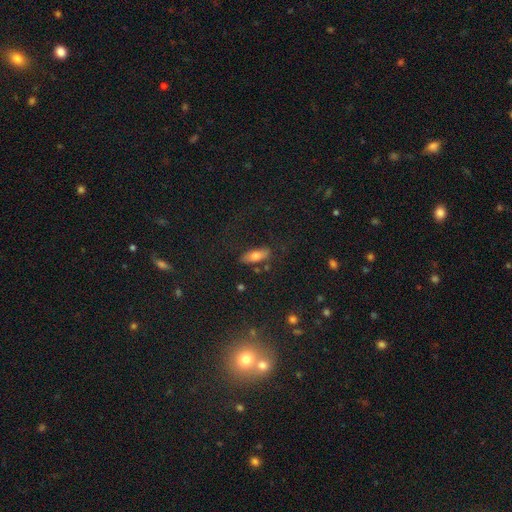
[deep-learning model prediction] A smooth galaxy with no disk features (70%) that is in between round and cigar-shaped (72%).

Vote fractions:
- Smooth or featured? smooth: 70% / featured or disk: 20% / star or artifact: 11%
- How rounded? in between: 72% / cigar-shaped: 25% / round: 4%
- Merging? none: 77% / minor disturbance: 15% / major disturbance: 5% / merger: 3%